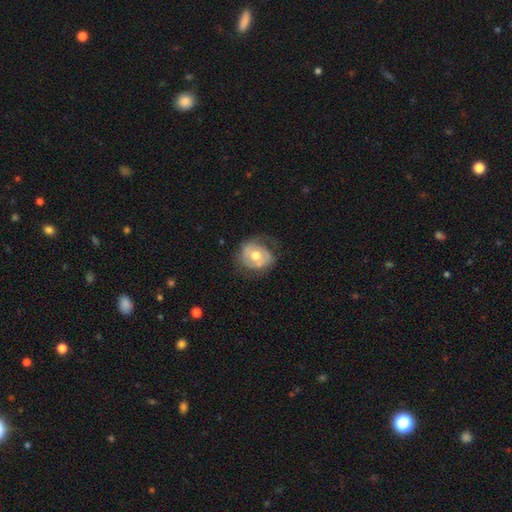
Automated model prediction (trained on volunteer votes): This appears to be a featured or disk galaxy (53%) with no bar (71%), spiral arms (56%) and a moderate central bulge (76%). Merging: none (56%).